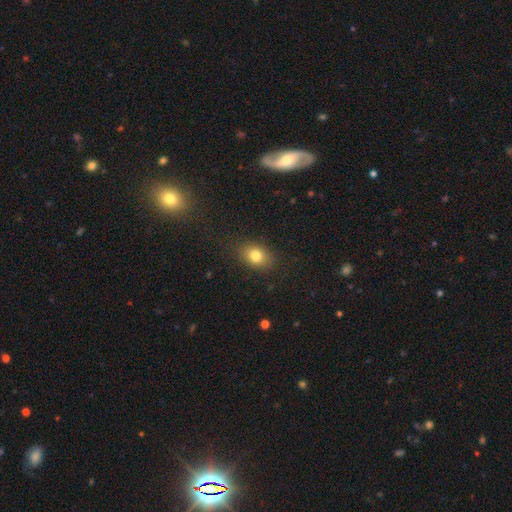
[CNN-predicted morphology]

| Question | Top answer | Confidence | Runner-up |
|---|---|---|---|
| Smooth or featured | smooth | 81% | star or artifact (11%) |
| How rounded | in between | 66% | round (32%) |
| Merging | none | 83% | minor disturbance (12%) |